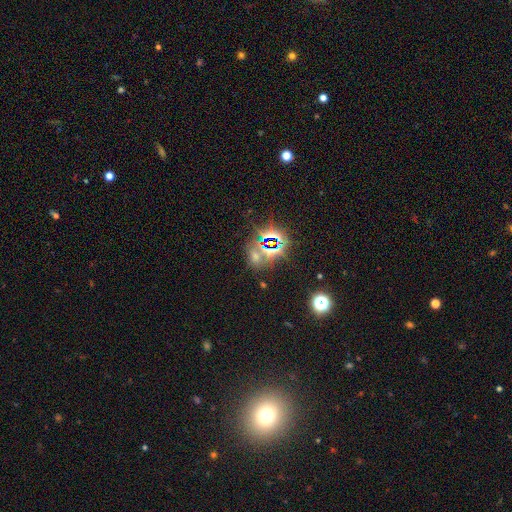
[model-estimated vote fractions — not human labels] star or artifact 71%, smooth 19%, featured or disk 10%.